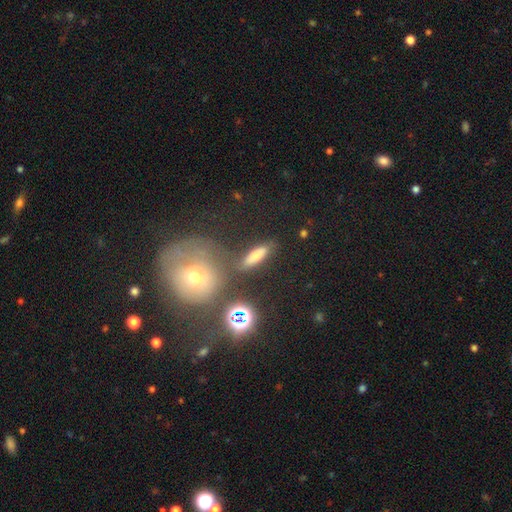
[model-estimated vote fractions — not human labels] Smooth or featured? Predicted: smooth (p=0.67). How rounded? Predicted: cigar-shaped (p=0.54). Merging? Predicted: none (p=0.75).